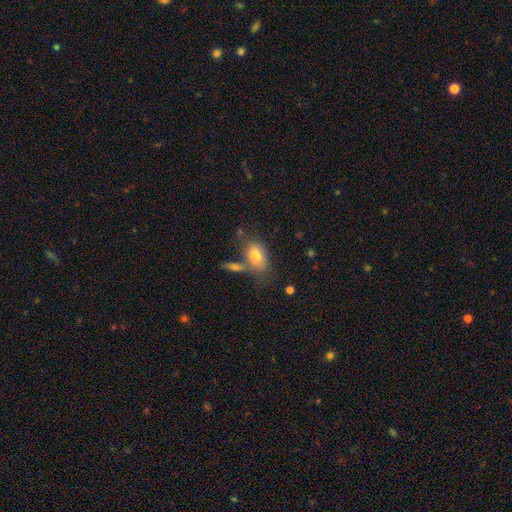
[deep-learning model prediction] Q: Smooth or featured?
A: smooth (77%); runner-up: featured or disk (15%)
Q: How rounded?
A: in between (89%); runner-up: round (8%)
Q: Merging?
A: none (53%); runner-up: merger (21%)